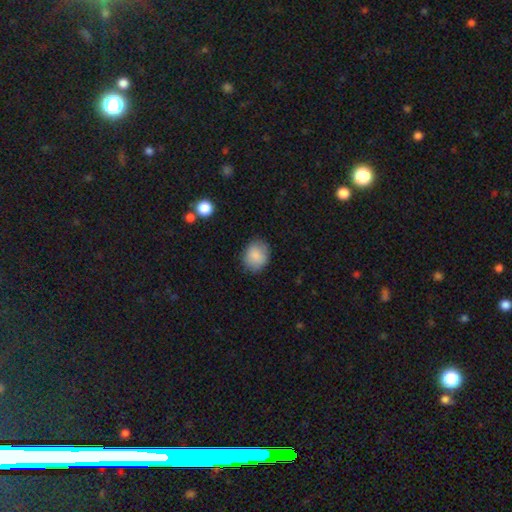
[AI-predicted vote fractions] The model was most divided on "how rounded": round: 59%, in between: 40%, cigar-shaped: 1%. More confident: smooth or featured — smooth (86%); merging — none (82%).